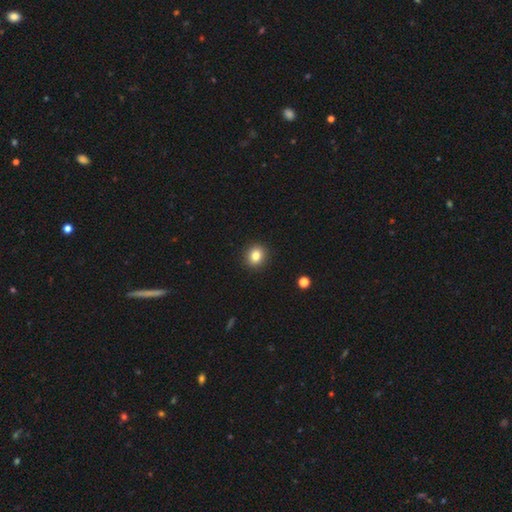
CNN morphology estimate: Overall: smooth (82%). How rounded: round (80%). Merging: none (92%).